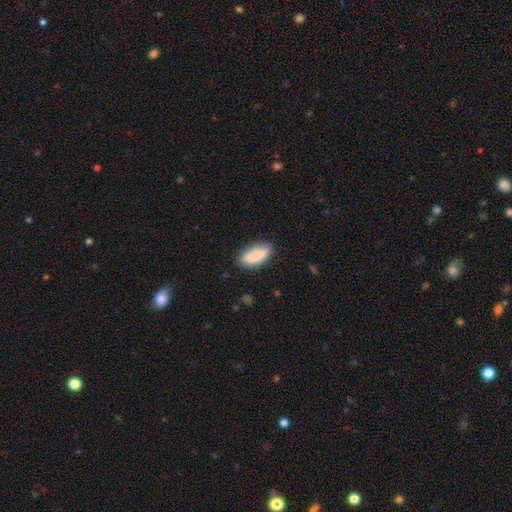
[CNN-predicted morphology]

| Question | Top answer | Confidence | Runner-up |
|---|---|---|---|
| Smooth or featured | smooth | 84% | featured or disk (10%) |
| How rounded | in between | 84% | cigar-shaped (14%) |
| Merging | none | 79% | minor disturbance (16%) |